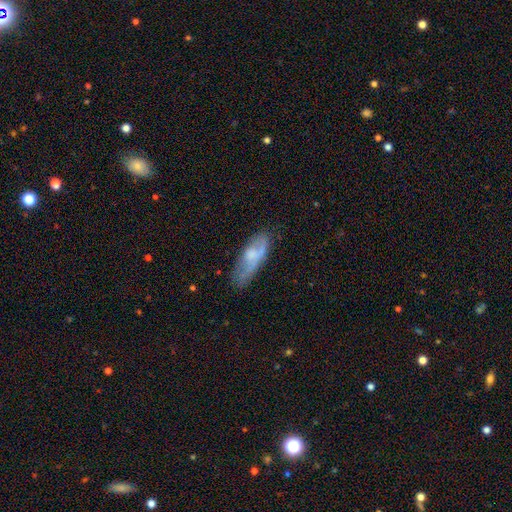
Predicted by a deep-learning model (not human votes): This appears to be a smooth galaxy with no disk features (50%) that is cigar-shaped (50%). Merging: none (67%).